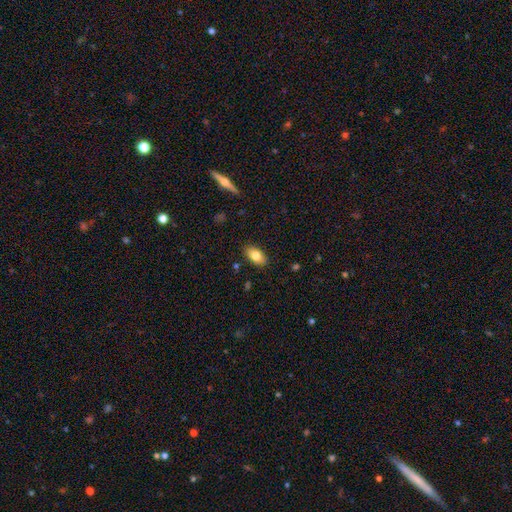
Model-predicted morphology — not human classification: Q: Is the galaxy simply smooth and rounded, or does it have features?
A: smooth — 79%.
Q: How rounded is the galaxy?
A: in between — 91%.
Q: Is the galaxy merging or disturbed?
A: none — 87%.